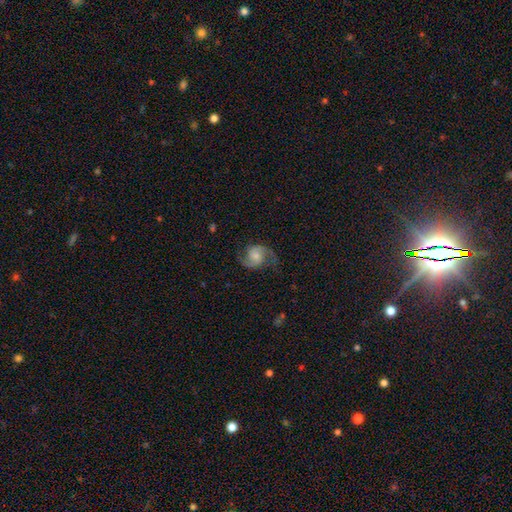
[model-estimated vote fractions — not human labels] A featured or disk galaxy (84%) with no bar (58%), 2 (93%) medium (50%) spiral arms (97%) and a moderate central bulge (39%). Merging: none (74%).